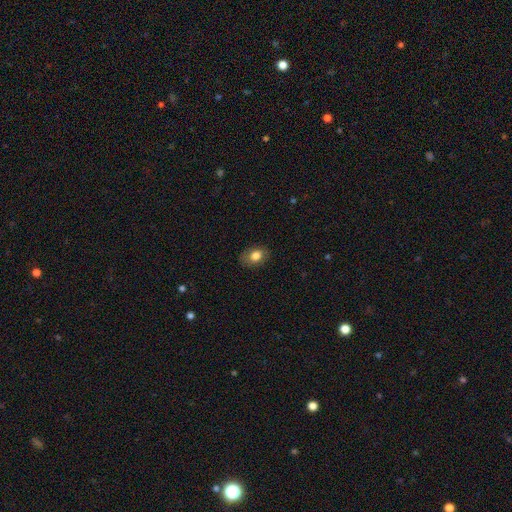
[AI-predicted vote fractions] smooth 80%, featured or disk 11%, star or artifact 9%. Down the decision tree: how rounded — in between (69%); merging — none (82%).